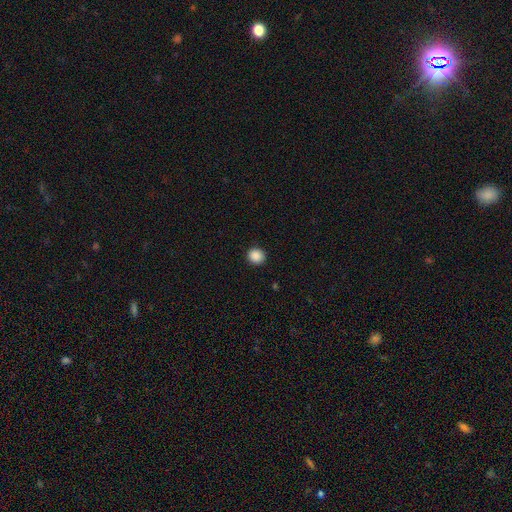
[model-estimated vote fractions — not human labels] This is clearly a smooth galaxy (89%). How rounded: clearly round (90%). Merging: clearly none (92%).